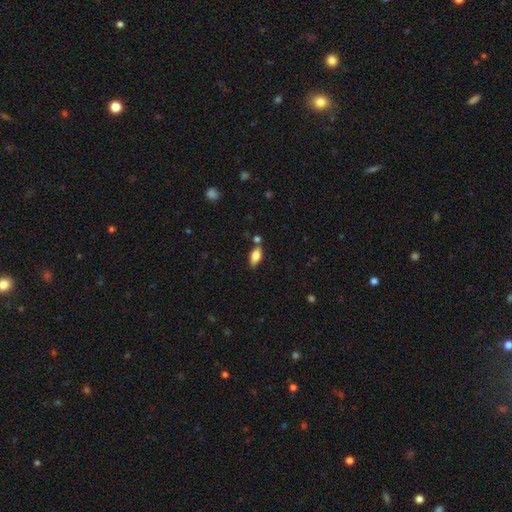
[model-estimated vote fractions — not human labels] This appears to be a smooth galaxy with no disk features (78%) that is in between round and cigar-shaped (86%). Merging: none (72%).